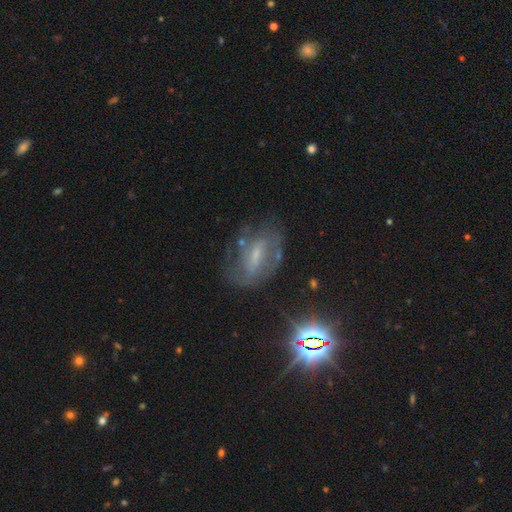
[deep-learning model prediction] smooth-or-featured: featured or disk: 67% | smooth: 17% | star or artifact: 16%
  disk-edge-on: no: 92% | yes: 8%
    bar: weak: 43% | strong: 38% | no: 20%
    has-spiral-arms: yes: 76% | no: 24%
    bulge-size: small: 53% | moderate: 25% | none: 18% | large: 3% | dominant: 1%
  merging: none: 61% | minor disturbance: 21% | major disturbance: 15% | merger: 3%